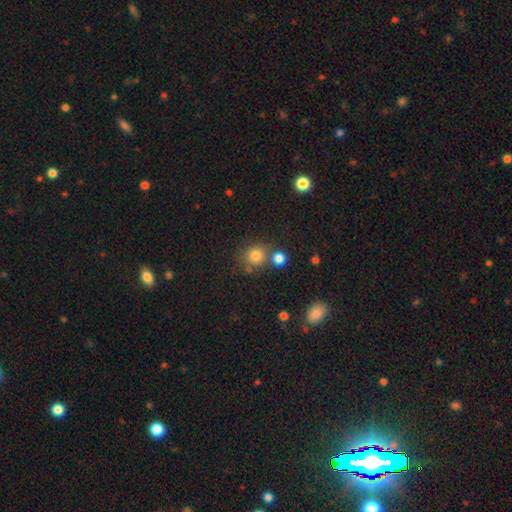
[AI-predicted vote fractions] smooth 80%, star or artifact 13%, featured or disk 7%. Down the decision tree: how rounded — round (87%); merging — none (67%).